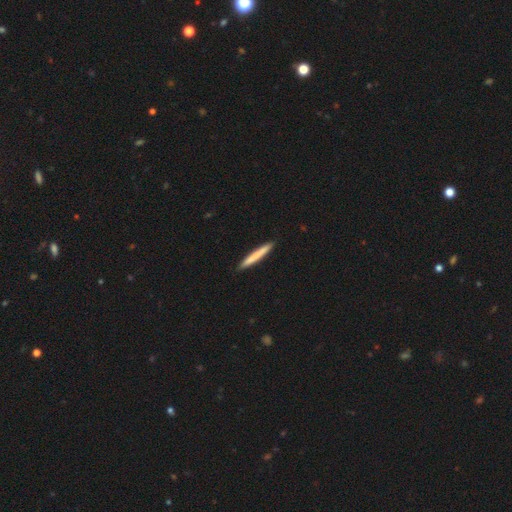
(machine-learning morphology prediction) smooth 73%, featured or disk 22%, star or artifact 5%. Down the decision tree: how rounded — cigar-shaped (97%); merging — none (92%).